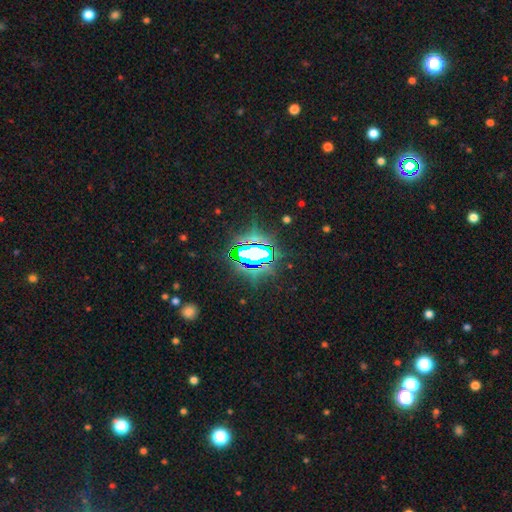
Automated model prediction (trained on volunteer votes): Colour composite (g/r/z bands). It shows a star or artifact, not a galaxy (76%).